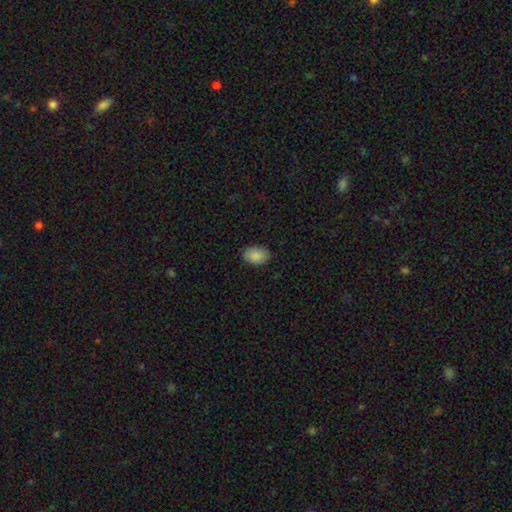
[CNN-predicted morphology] type=smooth (89%); roundness=in between (82%); merging=none (87%).